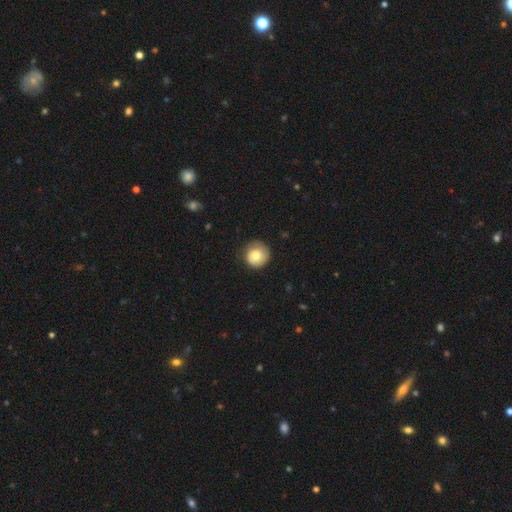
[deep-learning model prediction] Overall: smooth (72%). How rounded: round (92%). Merging: none (73%).